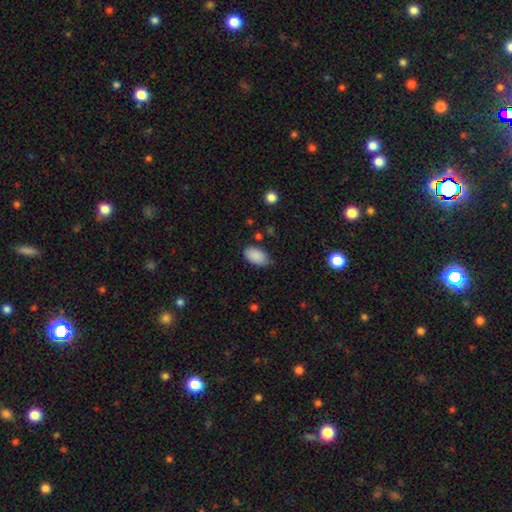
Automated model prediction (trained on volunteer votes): Morphology: type=smooth (89%); roundness=in between (93%); merging=none (77%).